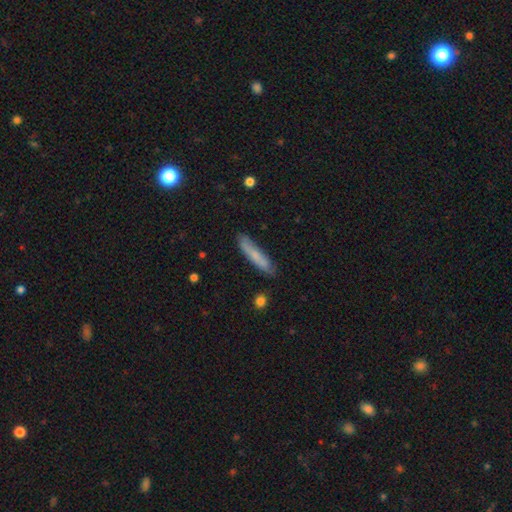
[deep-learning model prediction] Smooth or featured? smooth (70%)
How rounded? cigar-shaped (87%)
Merging? none (79%)